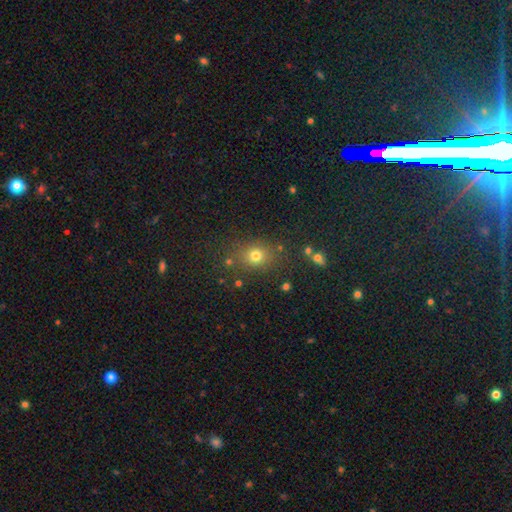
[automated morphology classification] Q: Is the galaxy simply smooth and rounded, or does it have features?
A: smooth — 73%.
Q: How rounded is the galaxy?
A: round — 63%.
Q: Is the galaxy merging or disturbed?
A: none — 79%.